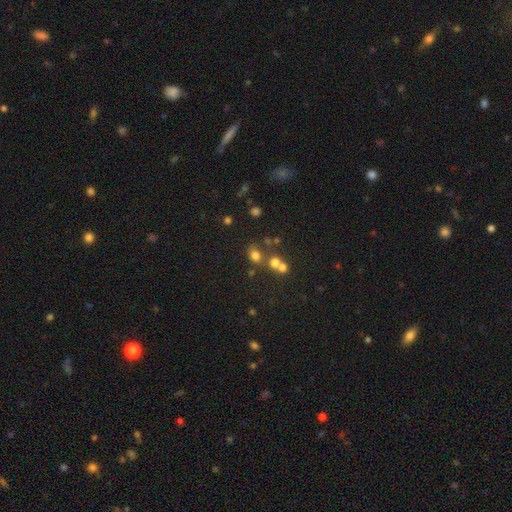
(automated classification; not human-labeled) The model was most divided on "merging": none: 50%, merger: 36%, minor disturbance: 9%, major disturbance: 5%. More confident: how rounded — round (66%); smooth or featured — smooth (65%).